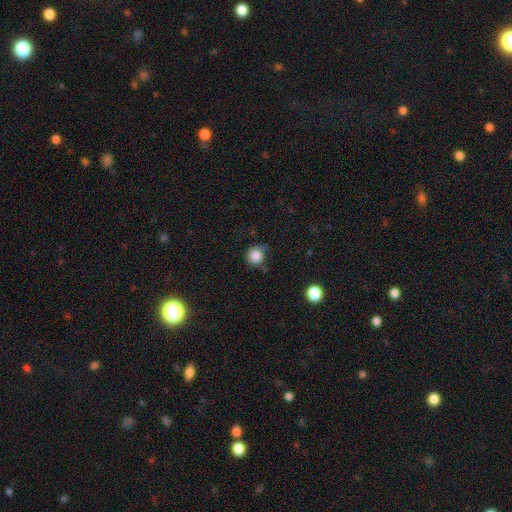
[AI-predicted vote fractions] Smooth or featured? smooth (84%)
How rounded? round (90%)
Merging? none (62%)